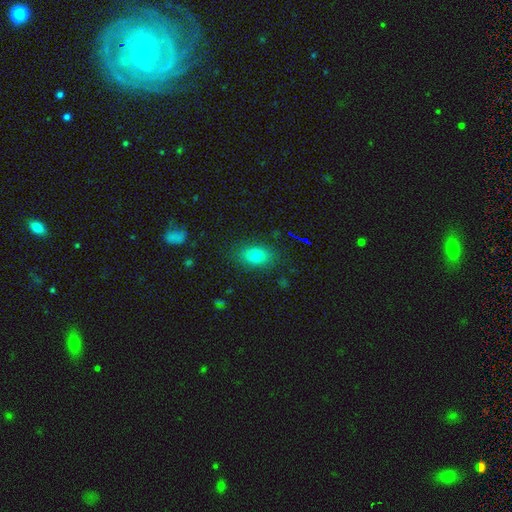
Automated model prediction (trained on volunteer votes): smooth 80%, star or artifact 11%, featured or disk 9%. Down the decision tree: how rounded — in between (82%); merging — none (84%).